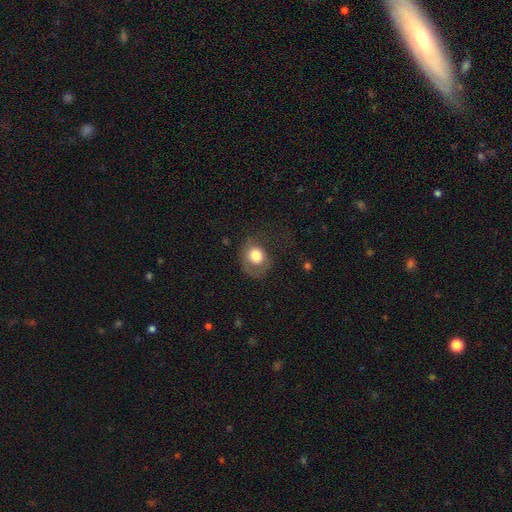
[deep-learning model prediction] smooth_or_featured: smooth (p=0.73) [alt: featured or disk p=0.18]
how_rounded: round (p=0.68) [alt: in between p=0.31]
merging: none (p=0.47) [alt: major disturbance p=0.27]